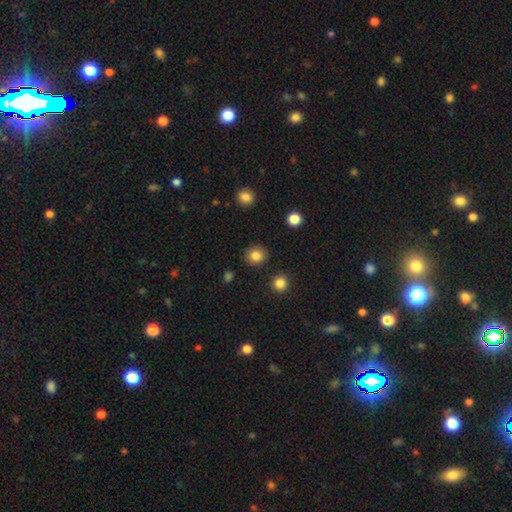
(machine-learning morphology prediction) type=smooth (84%); roundness=round (80%); merging=none (89%).